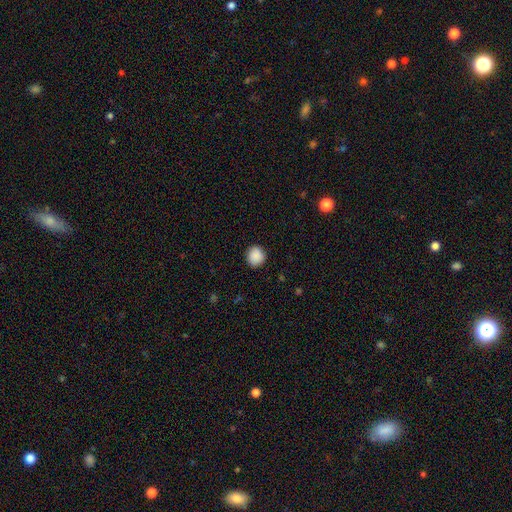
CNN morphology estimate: Smooth or featured? smooth (89%)
How rounded? round (88%)
Merging? none (88%)